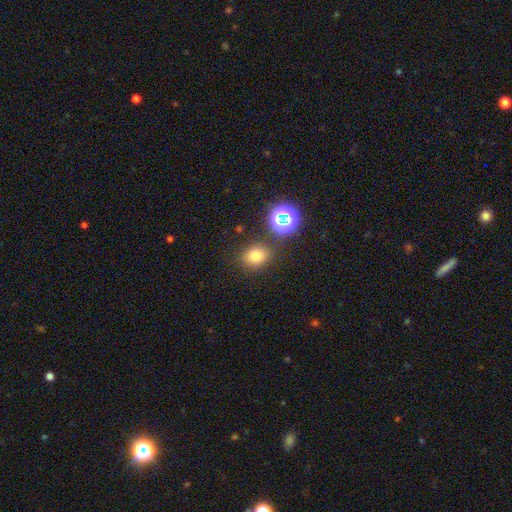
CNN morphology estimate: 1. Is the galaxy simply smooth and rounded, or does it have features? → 75% smooth, 19% star or artifact, 7% featured or disk.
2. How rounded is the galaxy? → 51% round, 48% in between, 1% cigar-shaped.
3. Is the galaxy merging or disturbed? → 81% none, 11% minor disturbance, 5% merger, 4% major disturbance.